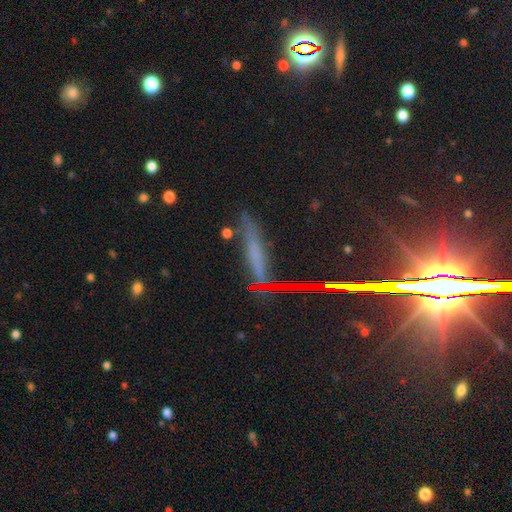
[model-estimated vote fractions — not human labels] This is marginally a featured or disk galaxy (36%, tied with smooth). Merging: likely none (70%).